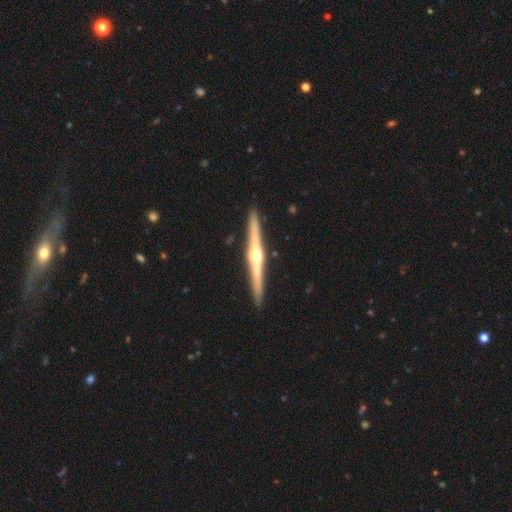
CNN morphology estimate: featured or disk 83%, smooth 13%, star or artifact 5%. Down the decision tree: edge-on disk — yes (98%); edge-on bulge — rounded (93%); merging — none (93%).